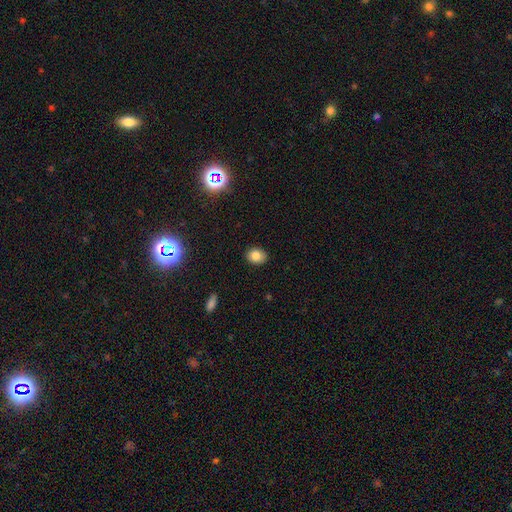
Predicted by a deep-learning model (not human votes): Q: Smooth or featured?
A: smooth (82%); runner-up: star or artifact (11%)
Q: How rounded?
A: in between (50%); runner-up: round (49%)
Q: Merging?
A: none (89%); runner-up: minor disturbance (8%)